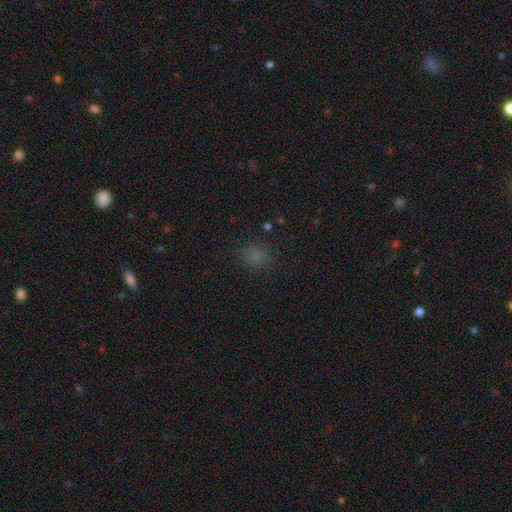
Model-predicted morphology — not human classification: The model was most divided on "smooth or featured": smooth: 74%, star or artifact: 21%, featured or disk: 5%. More confident: merging — none (85%); how rounded — round (81%).